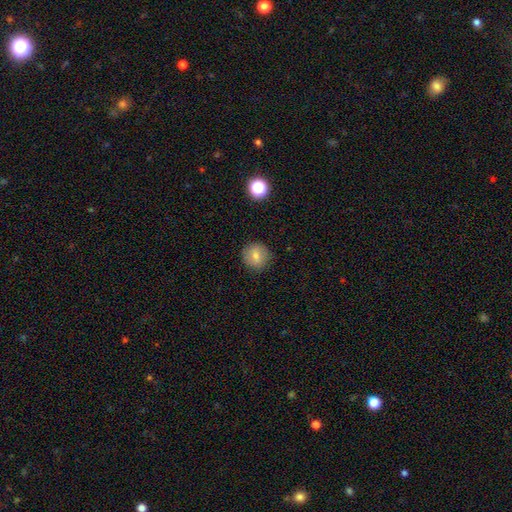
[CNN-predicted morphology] smooth 73%, featured or disk 16%, star or artifact 12%. Down the decision tree: how rounded — round (92%); merging — none (89%).